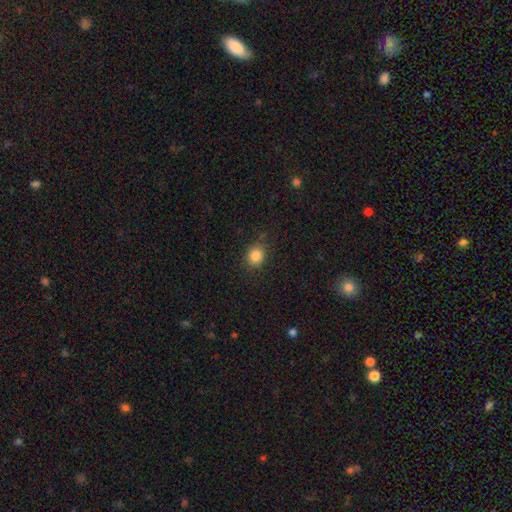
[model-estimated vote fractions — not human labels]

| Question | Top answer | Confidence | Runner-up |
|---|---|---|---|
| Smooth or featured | smooth | 85% | star or artifact (10%) |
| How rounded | round | 69% | in between (30%) |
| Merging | none | 80% | minor disturbance (15%) |